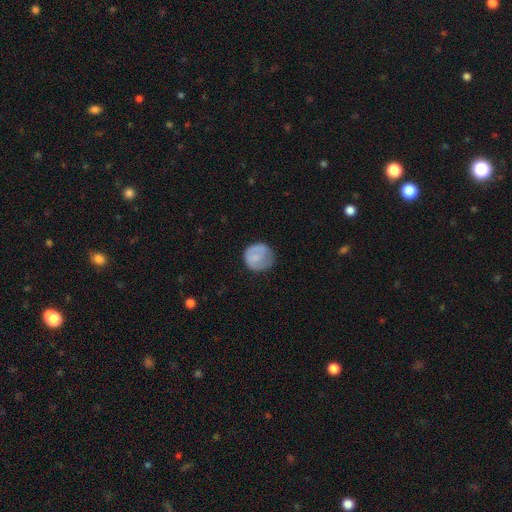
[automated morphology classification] A smooth galaxy with no disk features (69%) that is round (87%).

Vote fractions:
- Smooth or featured? smooth: 69% / featured or disk: 24% / star or artifact: 7%
- How rounded? round: 87% / in between: 12% / cigar-shaped: 1%
- Merging? none: 64% / minor disturbance: 23% / major disturbance: 11% / merger: 1%